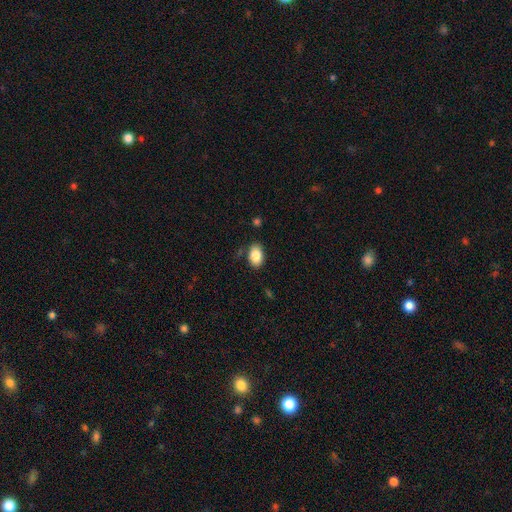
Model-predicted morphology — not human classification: Q: Smooth or featured?
A: smooth (85%); runner-up: star or artifact (8%)
Q: How rounded?
A: in between (89%); runner-up: round (9%)
Q: Merging?
A: none (82%); runner-up: minor disturbance (13%)